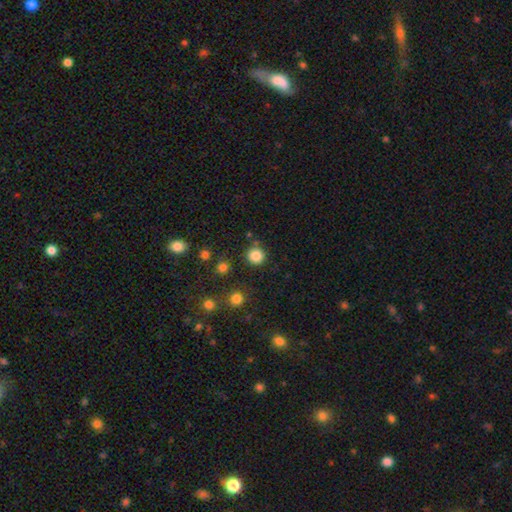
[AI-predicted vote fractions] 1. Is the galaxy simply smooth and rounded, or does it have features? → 85% smooth, 12% star or artifact, 4% featured or disk.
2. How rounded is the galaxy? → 93% round, 6% in between, 1% cigar-shaped.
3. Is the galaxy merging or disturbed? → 83% none, 8% minor disturbance, 5% merger, 3% major disturbance.